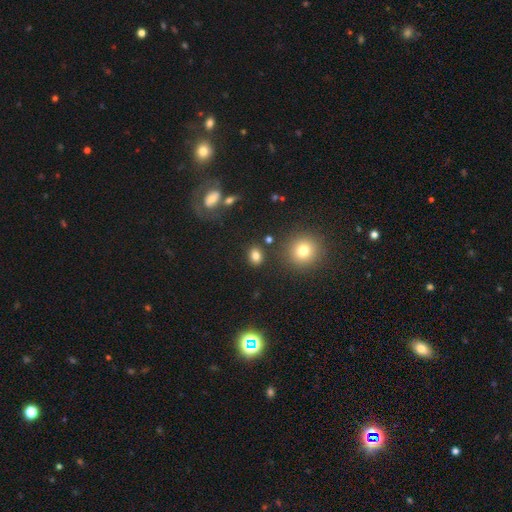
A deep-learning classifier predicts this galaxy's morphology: This is clearly a smooth galaxy (81%). How rounded: possibly in between (59%). Merging: clearly none (82%).